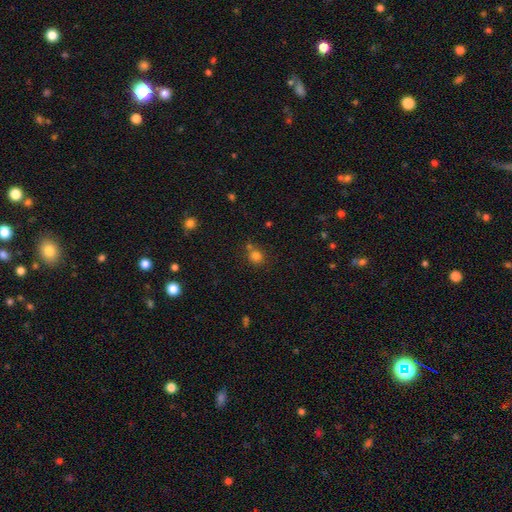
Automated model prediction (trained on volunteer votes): smooth-or-featured: smooth: 78% | star or artifact: 15% | featured or disk: 6%
  how-rounded: round: 86% | in between: 13% | cigar-shaped: 1%
  merging: none: 65% | merger: 20% | minor disturbance: 11% | major disturbance: 4%